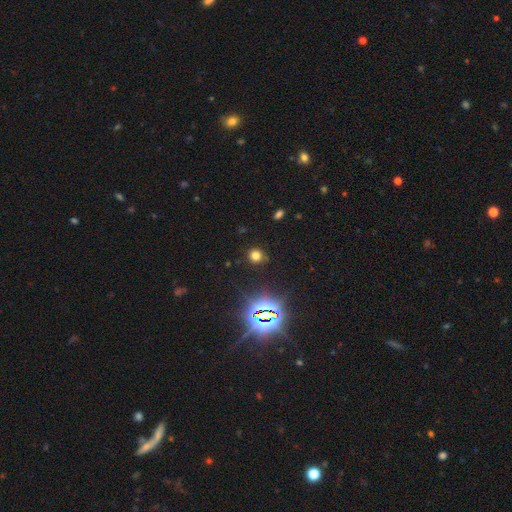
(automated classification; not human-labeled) A smooth galaxy with no disk features (66%) that is round (87%). Merging: none (86%).